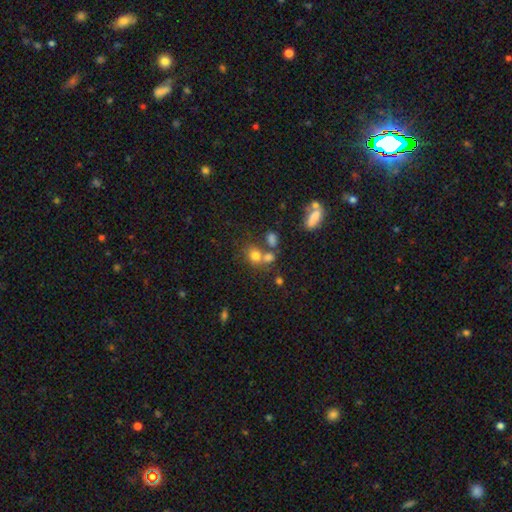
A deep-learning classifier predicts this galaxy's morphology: type=smooth (72%); roundness=round (64%); merging=none (46%).